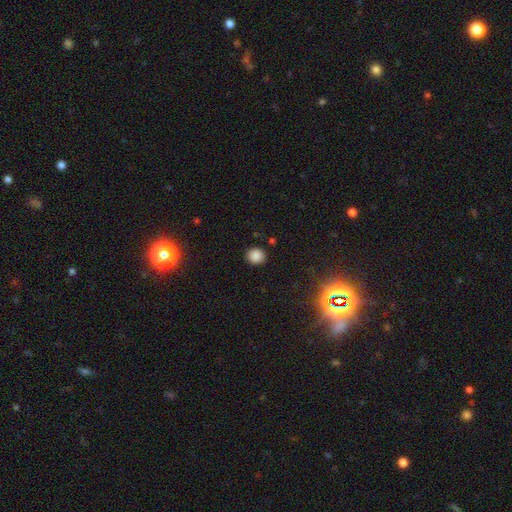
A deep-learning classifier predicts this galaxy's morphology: This appears to be a smooth galaxy with no disk features (85%) that is round (81%). Merging: none (88%).